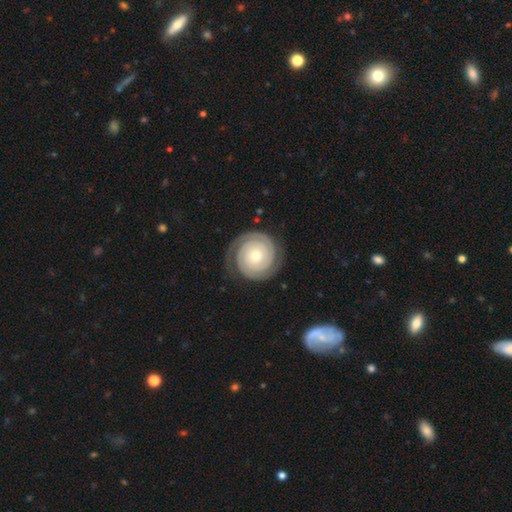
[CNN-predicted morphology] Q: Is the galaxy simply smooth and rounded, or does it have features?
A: featured or disk — 90%.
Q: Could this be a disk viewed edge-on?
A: no — 98%.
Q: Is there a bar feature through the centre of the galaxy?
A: no — 79%.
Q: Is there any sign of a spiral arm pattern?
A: yes — 98%.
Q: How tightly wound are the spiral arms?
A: tight — 87%.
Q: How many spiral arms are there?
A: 2 — 88%.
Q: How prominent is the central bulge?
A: moderate — 48%.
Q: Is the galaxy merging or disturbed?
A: none — 84%.